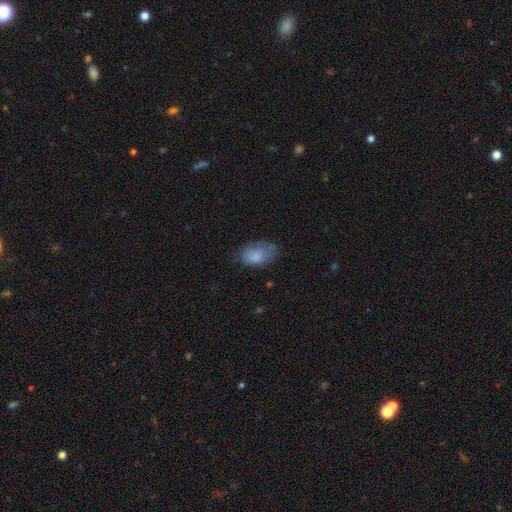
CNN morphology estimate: Smooth or featured? smooth (82%)
How rounded? in between (91%)
Merging? none (59%)